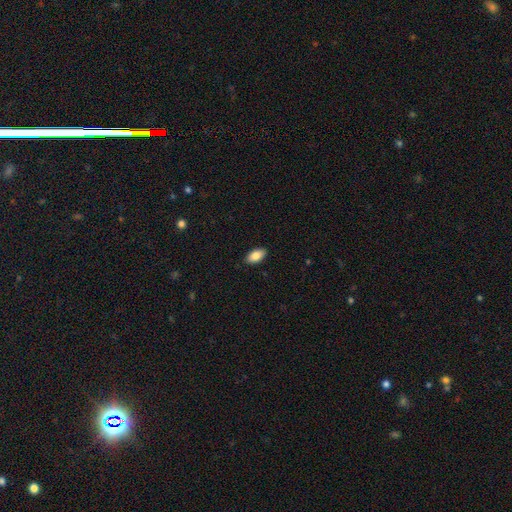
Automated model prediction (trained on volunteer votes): The model was most divided on "smooth or featured": smooth: 85%, featured or disk: 8%, star or artifact: 7%. More confident: how rounded — in between (94%); merging — none (89%).